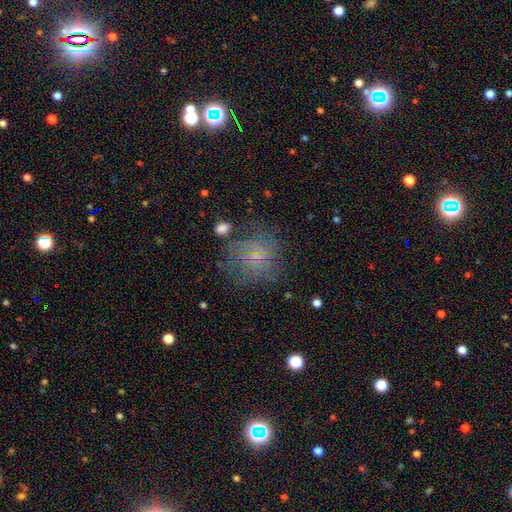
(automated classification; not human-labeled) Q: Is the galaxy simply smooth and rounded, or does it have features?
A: featured or disk — 42%.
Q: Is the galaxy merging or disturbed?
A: none — 61%.